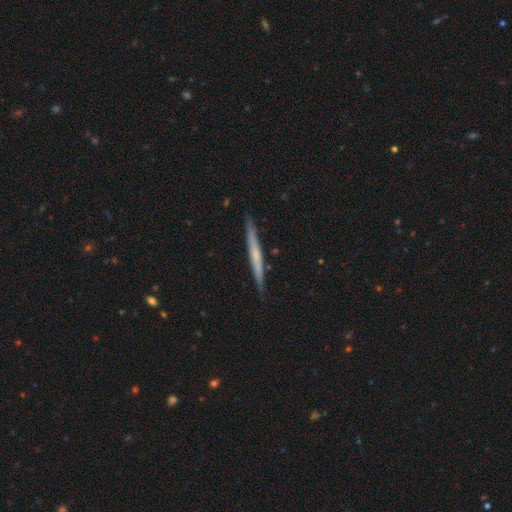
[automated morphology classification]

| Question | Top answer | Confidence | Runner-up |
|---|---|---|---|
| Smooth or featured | featured or disk | 52% | smooth (43%) |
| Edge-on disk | yes | 97% | no (3%) |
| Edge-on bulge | none | 73% | rounded (21%) |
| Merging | none | 89% | minor disturbance (8%) |